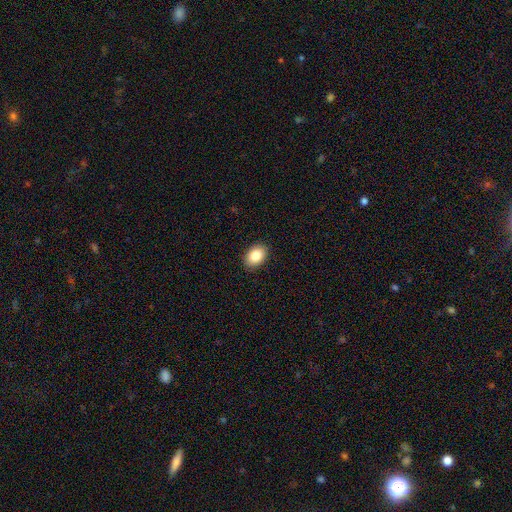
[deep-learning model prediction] smooth 86%, star or artifact 8%, featured or disk 7%. Down the decision tree: how rounded — in between (80%); merging — none (90%).